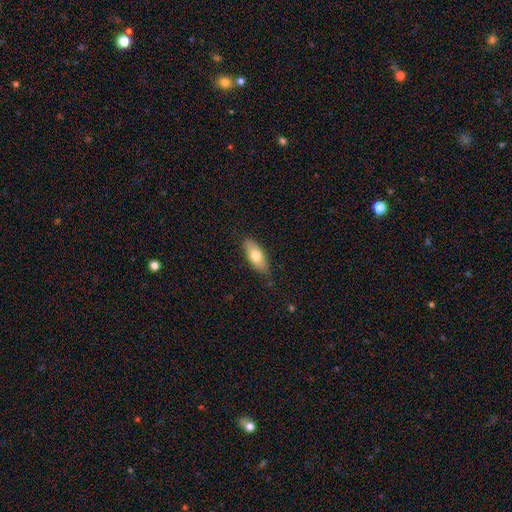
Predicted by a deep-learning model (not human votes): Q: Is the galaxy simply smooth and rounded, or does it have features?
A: smooth — 71%.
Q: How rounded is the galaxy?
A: in between — 78%.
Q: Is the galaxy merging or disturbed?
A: none — 82%.